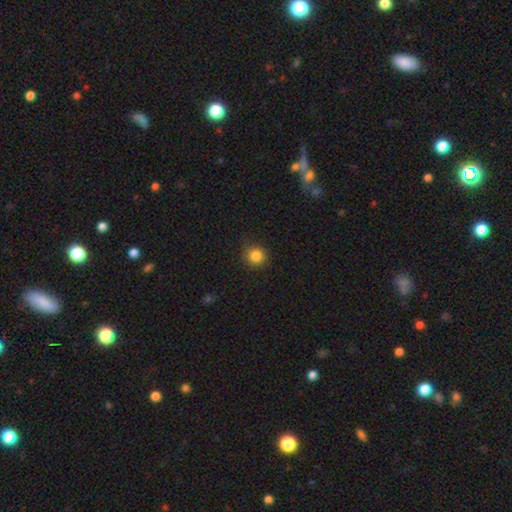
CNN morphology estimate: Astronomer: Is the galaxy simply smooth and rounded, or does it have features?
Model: smooth — 85%.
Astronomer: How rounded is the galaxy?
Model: round — 93%.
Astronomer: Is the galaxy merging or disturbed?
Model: none — 88%.